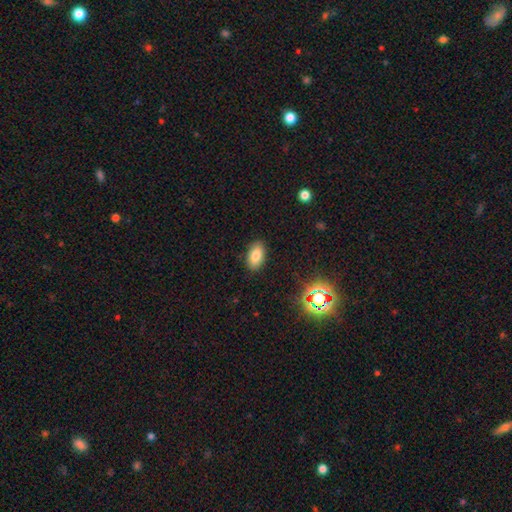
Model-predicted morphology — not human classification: A smooth galaxy with no disk features (81%) that is in between round and cigar-shaped (93%). Merging: none (88%).